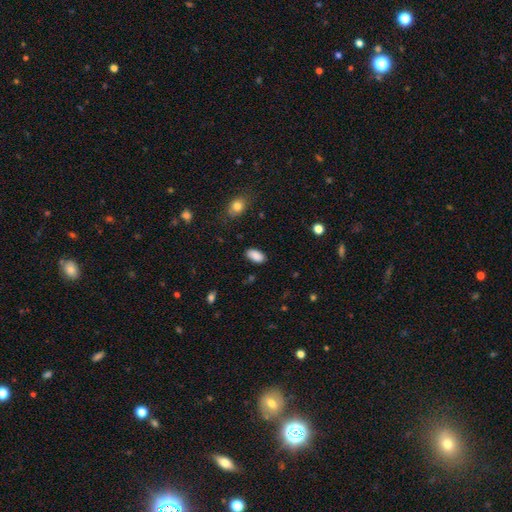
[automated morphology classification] type=smooth (89%); roundness=in between (93%); merging=none (86%).